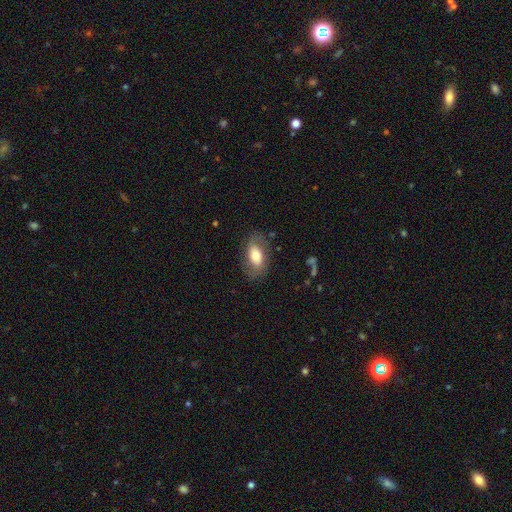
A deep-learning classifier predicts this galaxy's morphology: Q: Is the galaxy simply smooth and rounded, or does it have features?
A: smooth — 56%.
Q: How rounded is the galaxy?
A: in between — 89%.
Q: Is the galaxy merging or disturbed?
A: none — 74%.